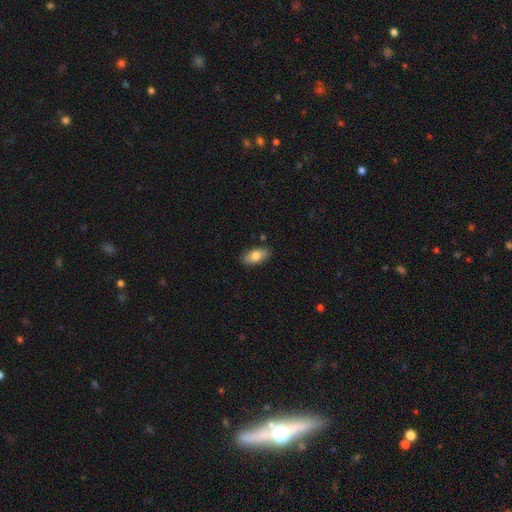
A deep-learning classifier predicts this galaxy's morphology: Smooth or featured? smooth (78%)
How rounded? in between (91%)
Merging? none (86%)